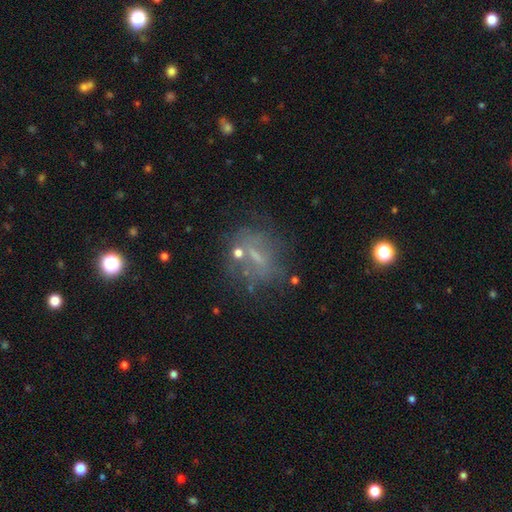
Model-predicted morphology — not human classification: A featured or disk galaxy (40%). Merging: none (59%).